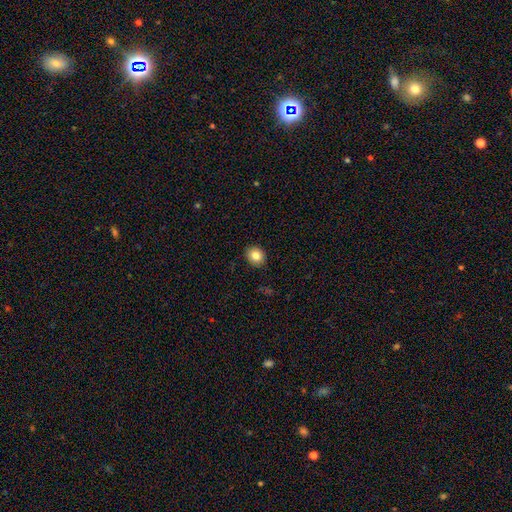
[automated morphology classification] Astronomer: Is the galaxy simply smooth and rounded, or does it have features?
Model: smooth — 83%.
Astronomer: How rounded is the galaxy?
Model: round — 76%.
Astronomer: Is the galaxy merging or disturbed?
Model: none — 91%.